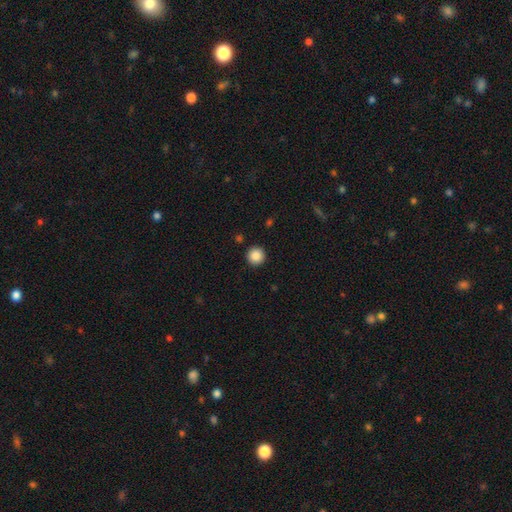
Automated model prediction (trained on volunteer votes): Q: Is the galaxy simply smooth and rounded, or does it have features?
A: smooth — 87%.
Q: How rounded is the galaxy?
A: round — 96%.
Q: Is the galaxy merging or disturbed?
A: none — 93%.